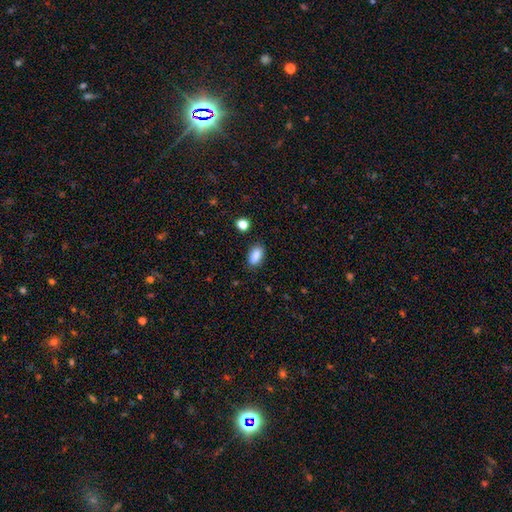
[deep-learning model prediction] Morphology: type=smooth (87%); roundness=in between (88%); merging=none (83%).